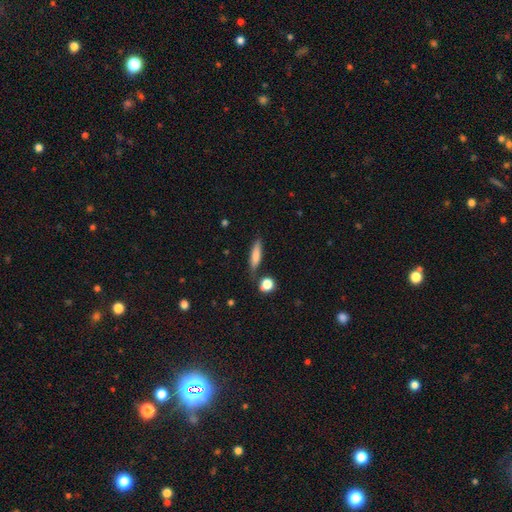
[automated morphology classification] This appears to be a smooth galaxy with no disk features (77%) that is cigar-shaped (74%). Merging: none (74%).